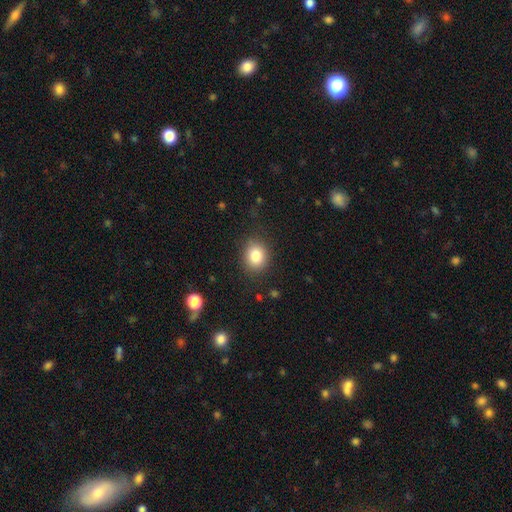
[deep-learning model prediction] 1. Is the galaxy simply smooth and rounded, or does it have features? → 82% smooth, 10% star or artifact, 7% featured or disk.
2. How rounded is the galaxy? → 67% round, 33% in between, 1% cigar-shaped.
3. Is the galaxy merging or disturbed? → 85% none, 10% minor disturbance, 3% major disturbance, 1% merger.